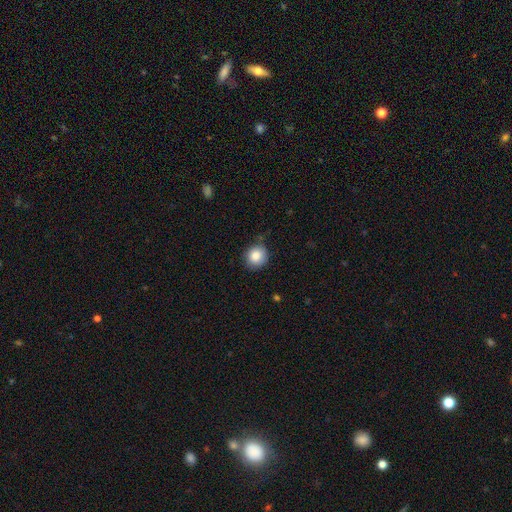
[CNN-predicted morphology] Q: Smooth or featured?
A: smooth (85%); runner-up: star or artifact (9%)
Q: How rounded?
A: round (84%); runner-up: in between (15%)
Q: Merging?
A: none (76%); runner-up: minor disturbance (19%)